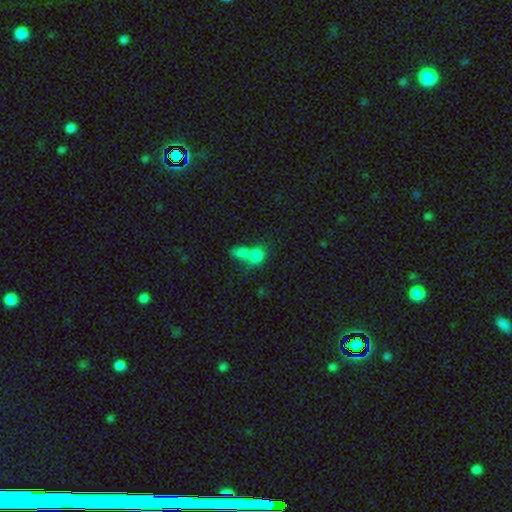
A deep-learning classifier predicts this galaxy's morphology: The model was most divided on "smooth or featured": smooth: 50%, star or artifact: 33%, featured or disk: 16%. More confident: how rounded — round (60%); merging — merger (53%).